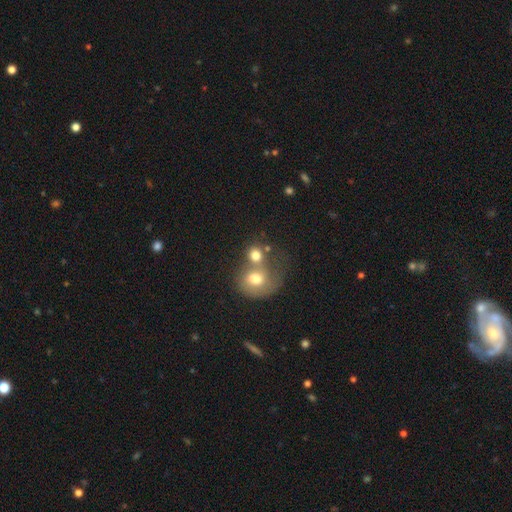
Volunteers were most divided on "merging": merger: 46%, none: 34%, major disturbance: 14%, minor disturbance: 6%. More confident: how rounded — round (86%); smooth or featured — smooth (74%).